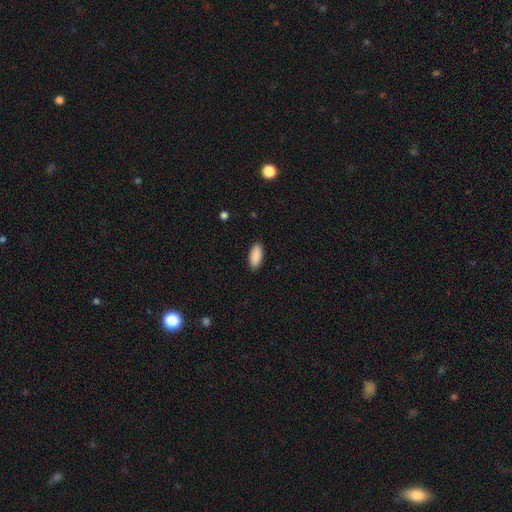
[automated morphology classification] Smooth or featured?
  - smooth: 91% *
  - star or artifact: 6%
  - featured or disk: 3%
How rounded?
  - in between: 88% *
  - cigar-shaped: 10%
  - round: 2%
Merging?
  - none: 90% *
  - minor disturbance: 8%
  - major disturbance: 2%
  - merger: 1%